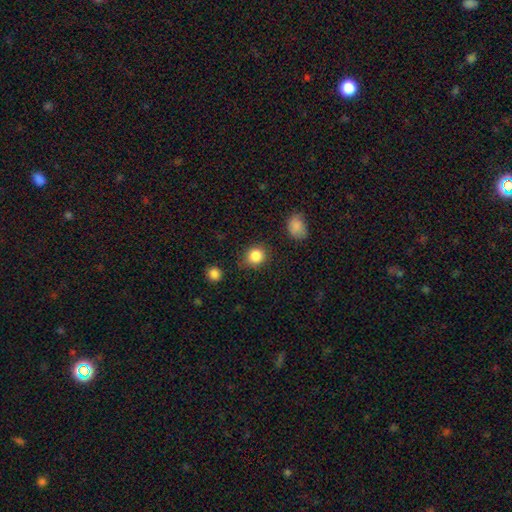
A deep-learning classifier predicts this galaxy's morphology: Smooth or featured? smooth (86%)
How rounded? round (83%)
Merging? none (80%)